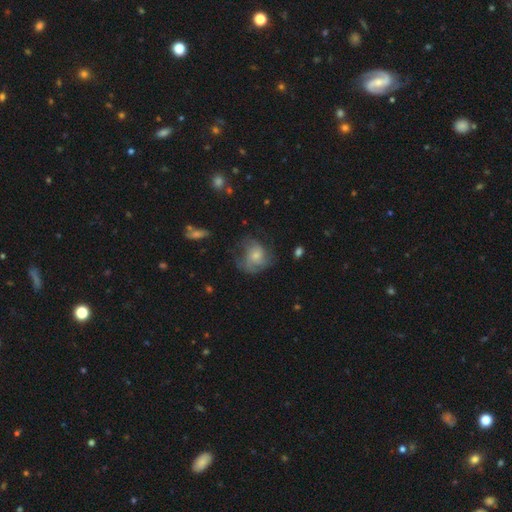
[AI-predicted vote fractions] The model was most divided on "smooth or featured": featured or disk: 49%, smooth: 42%, star or artifact: 9%. Remaining: merging — none (47%).